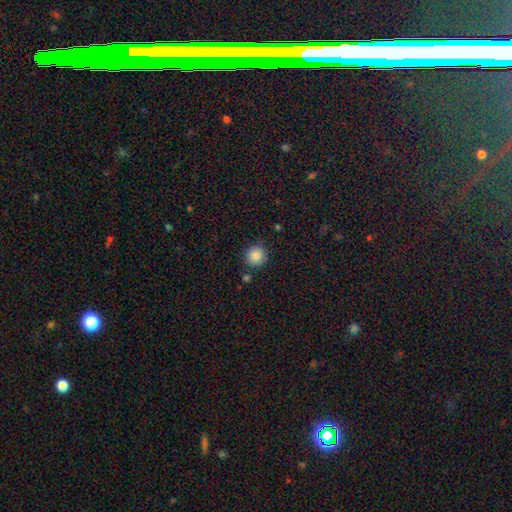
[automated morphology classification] A smooth galaxy with no disk features (87%) that is round (94%).

Vote fractions:
- Smooth or featured? smooth: 87% / star or artifact: 9% / featured or disk: 4%
- How rounded? round: 94% / in between: 5% / cigar-shaped: 1%
- Merging? none: 88% / minor disturbance: 7% / merger: 3% / major disturbance: 2%